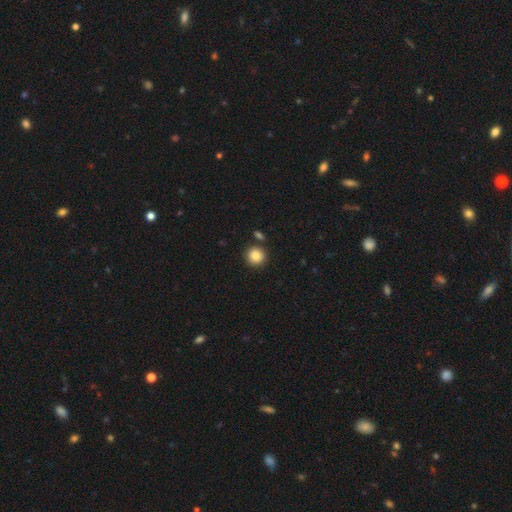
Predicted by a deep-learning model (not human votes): A smooth galaxy with no disk features (87%) that is round (93%).

Vote fractions:
- Smooth or featured? smooth: 87% / star or artifact: 9% / featured or disk: 4%
- How rounded? round: 93% / in between: 6% / cigar-shaped: 1%
- Merging? none: 83% / minor disturbance: 8% / merger: 7% / major disturbance: 2%